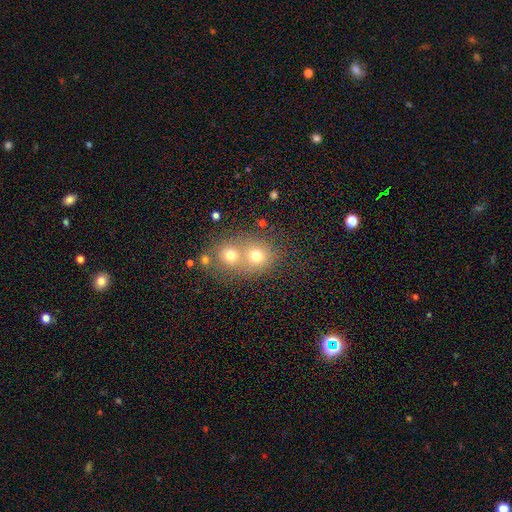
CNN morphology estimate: smooth_or_featured: smooth (p=0.68) [alt: star or artifact p=0.17]
how_rounded: round (p=0.76) [alt: in between p=0.23]
merging: merger (p=0.58) [alt: none p=0.34]